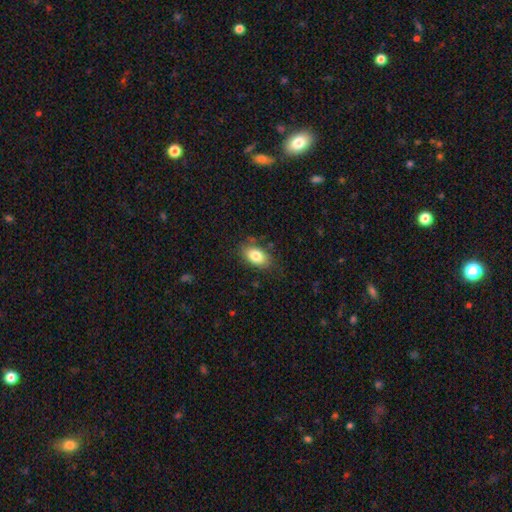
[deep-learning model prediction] Morphology: type=smooth (82%); roundness=in between (91%); merging=none (79%).